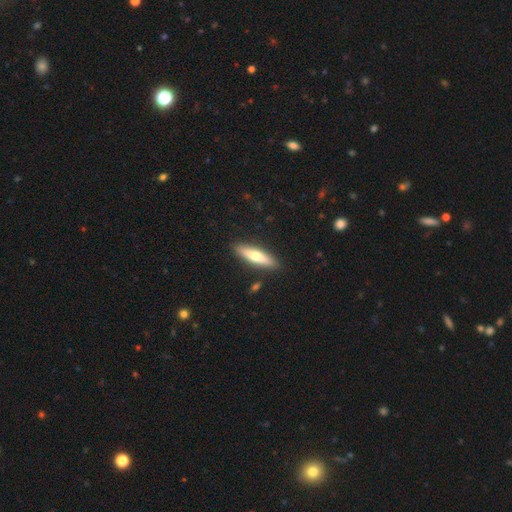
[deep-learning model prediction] smooth_or_featured: smooth (p=0.56) [alt: featured or disk p=0.39]
how_rounded: cigar-shaped (p=0.76) [alt: in between p=0.22]
merging: none (p=0.89) [alt: minor disturbance p=0.08]